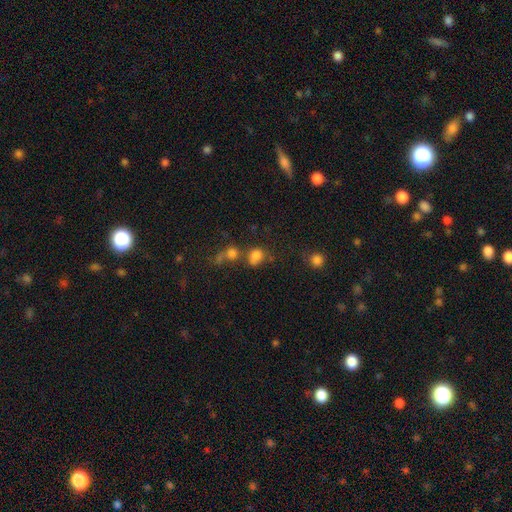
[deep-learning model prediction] smooth_or_featured: smooth (p=0.76) [alt: star or artifact p=0.16]
how_rounded: round (p=0.56) [alt: in between p=0.42]
merging: none (p=0.49) [alt: merger p=0.27]